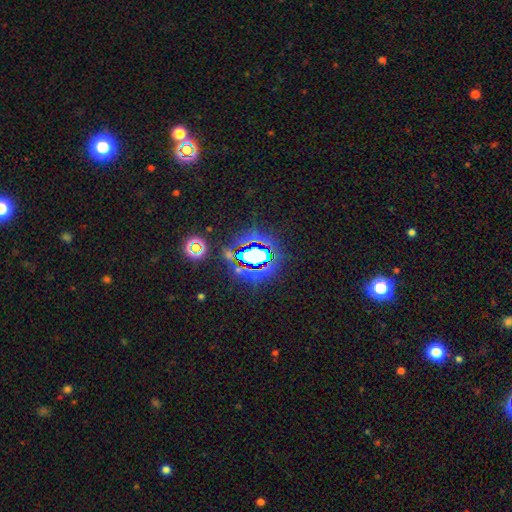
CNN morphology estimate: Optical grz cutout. It shows a star or artifact, not a galaxy (67%).